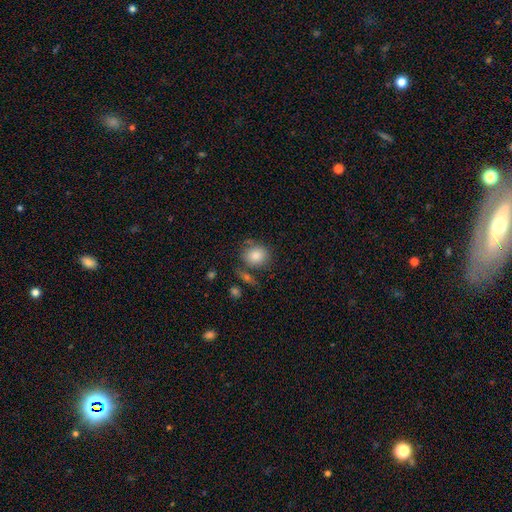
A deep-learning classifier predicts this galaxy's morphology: smooth 84%, featured or disk 8%, star or artifact 8%. Down the decision tree: how rounded — round (71%); merging — none (65%).